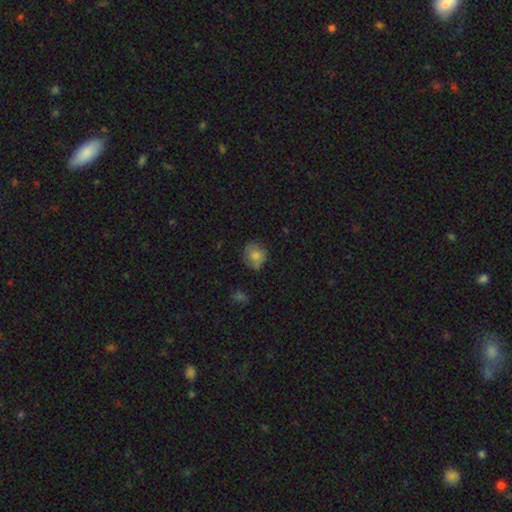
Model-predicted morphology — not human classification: smooth 74%, featured or disk 17%, star or artifact 9%. Down the decision tree: how rounded — round (75%); merging — none (70%).